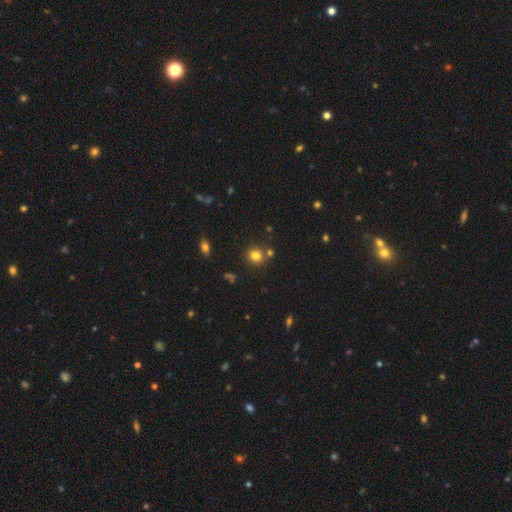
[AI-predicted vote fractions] This is likely a smooth galaxy (78%). How rounded: likely round (79%). Merging: likely none (74%).